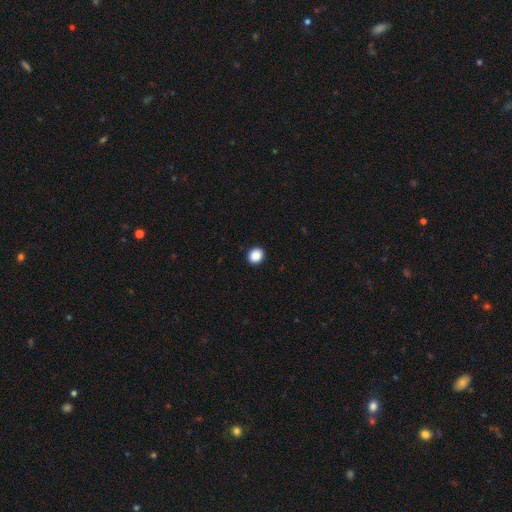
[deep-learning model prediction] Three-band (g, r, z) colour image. It shows a smooth galaxy with no disk features (89%) that is round (80%). Merging: none (93%).